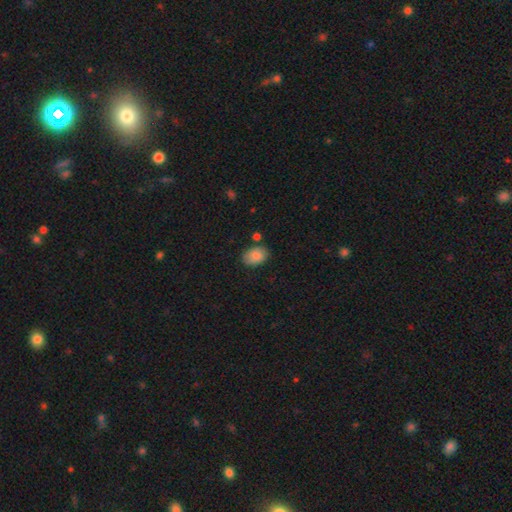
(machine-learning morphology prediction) This is clearly a smooth galaxy (86%). How rounded: clearly in between (84%). Merging: likely none (77%).